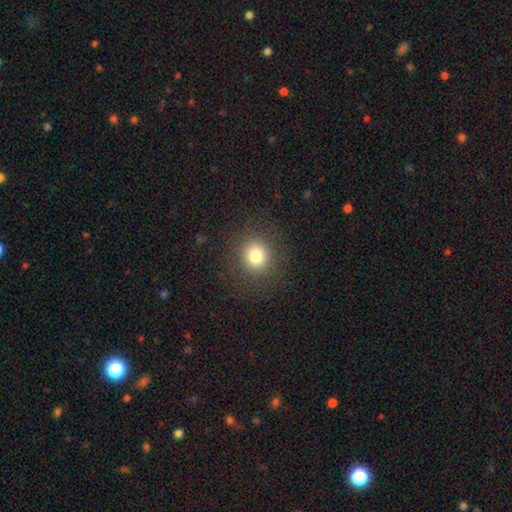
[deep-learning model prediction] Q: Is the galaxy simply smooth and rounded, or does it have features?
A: smooth — 79%.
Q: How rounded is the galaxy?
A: round — 88%.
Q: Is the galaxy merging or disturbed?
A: none — 88%.